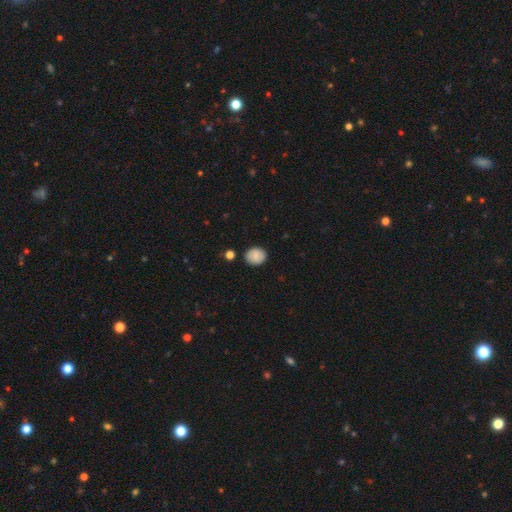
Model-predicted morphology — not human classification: smooth-or-featured: smooth: 82% | featured or disk: 10% | star or artifact: 8%
  how-rounded: round: 73% | in between: 26% | cigar-shaped: 1%
  merging: none: 84% | minor disturbance: 11% | merger: 2% | major disturbance: 2%